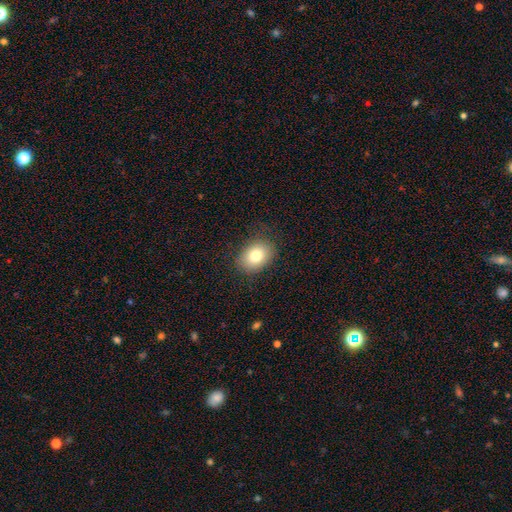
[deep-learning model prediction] Smooth or featured?
  - smooth: 80% *
  - featured or disk: 11%
  - star or artifact: 9%
How rounded?
  - in between: 72% *
  - round: 27%
  - cigar-shaped: 1%
Merging?
  - none: 84% *
  - minor disturbance: 12%
  - major disturbance: 3%
  - merger: 1%